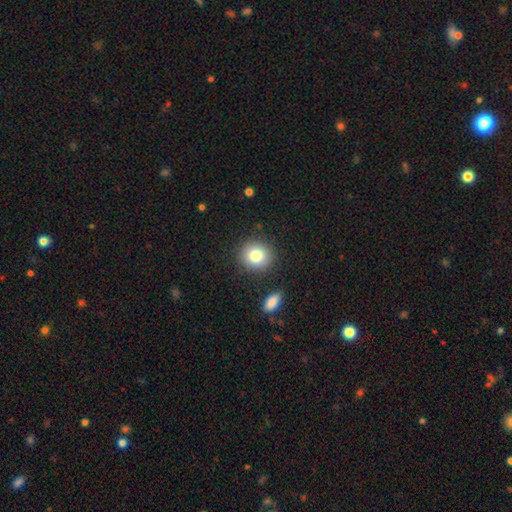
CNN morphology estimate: This appears to be a smooth galaxy with no disk features (80%) that is round (85%). Merging: none (87%).